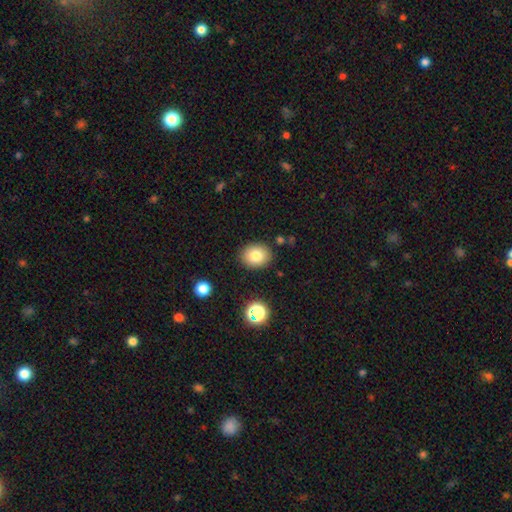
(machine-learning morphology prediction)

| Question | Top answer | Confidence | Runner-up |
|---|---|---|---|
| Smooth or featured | smooth | 80% | star or artifact (11%) |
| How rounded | round | 53% | in between (46%) |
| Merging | none | 86% | minor disturbance (9%) |